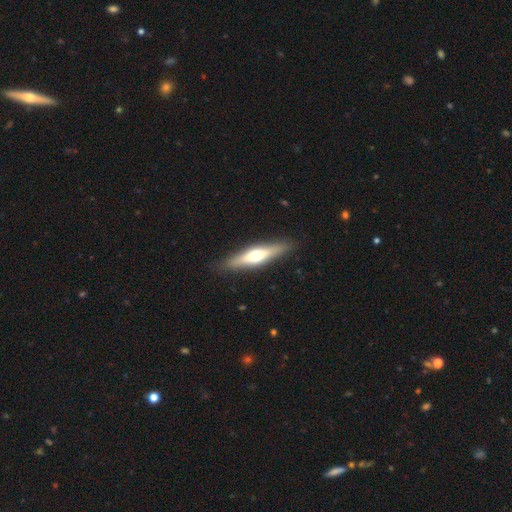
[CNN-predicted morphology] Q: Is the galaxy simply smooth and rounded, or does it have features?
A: featured or disk — 55%.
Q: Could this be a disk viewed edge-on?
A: yes — 92%.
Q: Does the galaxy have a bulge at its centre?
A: rounded — 91%.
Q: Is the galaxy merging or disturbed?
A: none — 89%.